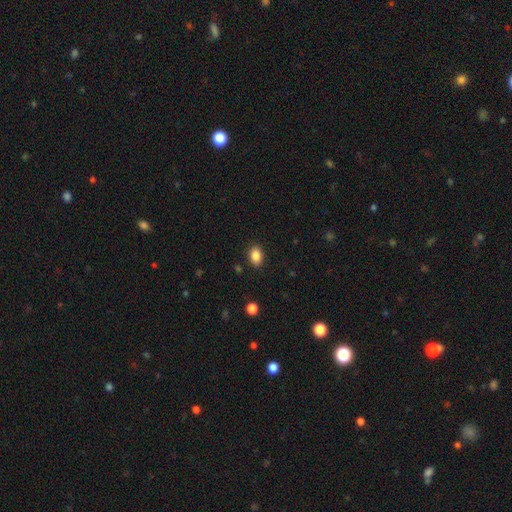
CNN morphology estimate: A smooth galaxy with no disk features (87%) that is in between round and cigar-shaped (77%). Merging: none (88%).